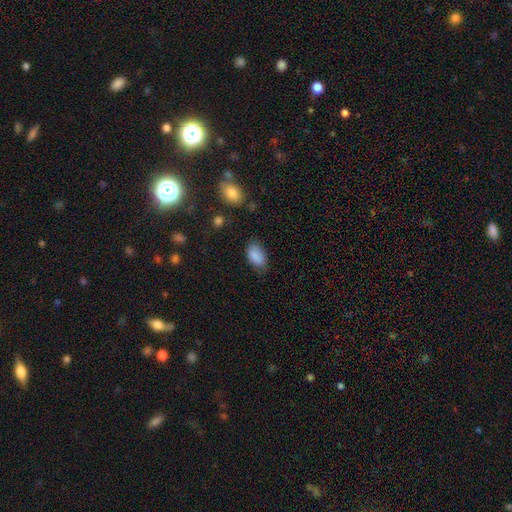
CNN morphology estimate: This appears to be a smooth galaxy with no disk features (87%) that is in between round and cigar-shaped (93%). Merging: none (70%).